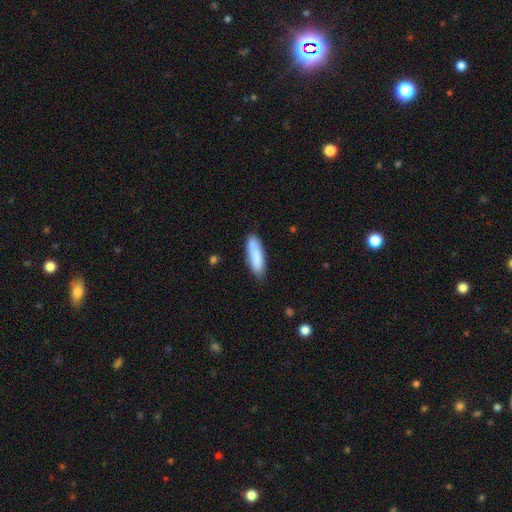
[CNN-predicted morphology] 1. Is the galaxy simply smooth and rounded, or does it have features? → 84% smooth, 10% featured or disk, 6% star or artifact.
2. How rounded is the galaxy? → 49% in between (tied), 49% cigar-shaped (tied), 2% round.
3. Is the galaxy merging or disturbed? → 76% none, 17% minor disturbance, 3% merger, 3% major disturbance.